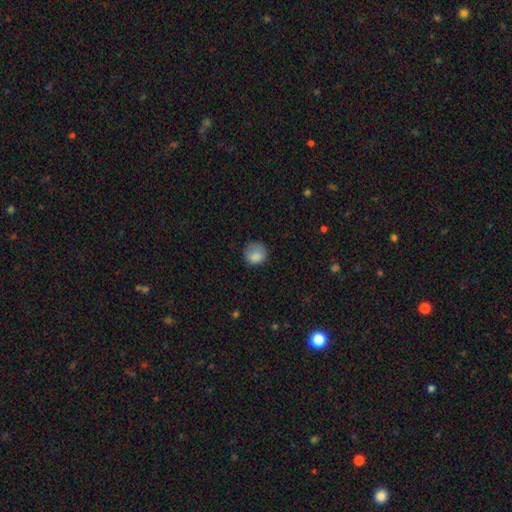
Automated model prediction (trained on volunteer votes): Morphology: type=smooth (84%); roundness=round (85%); merging=none (69%).